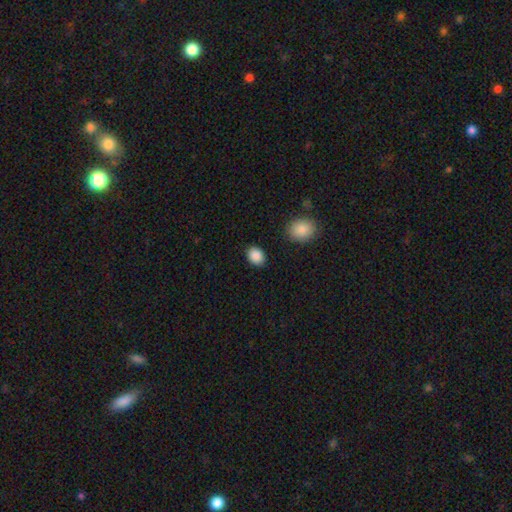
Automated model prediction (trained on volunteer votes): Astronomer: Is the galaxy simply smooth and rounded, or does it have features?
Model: smooth — 89%.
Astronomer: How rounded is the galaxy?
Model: in between — 62% (runner-up: round, 37%).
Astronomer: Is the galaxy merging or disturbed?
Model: none — 87%.